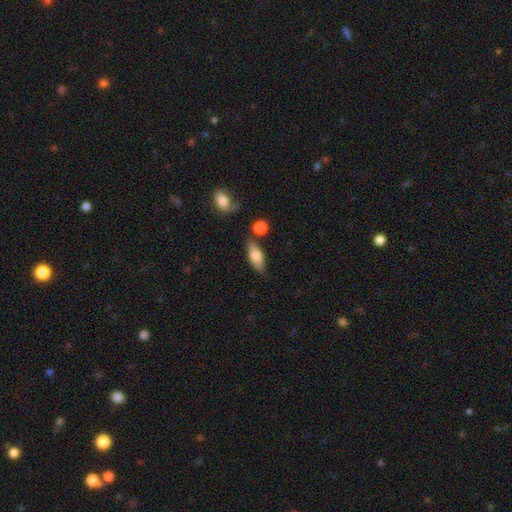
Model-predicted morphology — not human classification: Smooth or featured?
  - smooth: 76% *
  - featured or disk: 18%
  - star or artifact: 7%
How rounded?
  - in between: 77% *
  - cigar-shaped: 20%
  - round: 3%
Merging?
  - none: 76% *
  - minor disturbance: 14%
  - merger: 6%
  - major disturbance: 3%